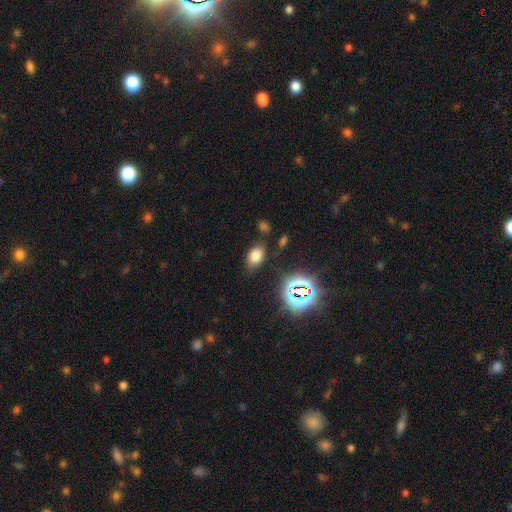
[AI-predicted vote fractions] Morphology: type=smooth (68%); roundness=in between (85%); merging=none (76%).